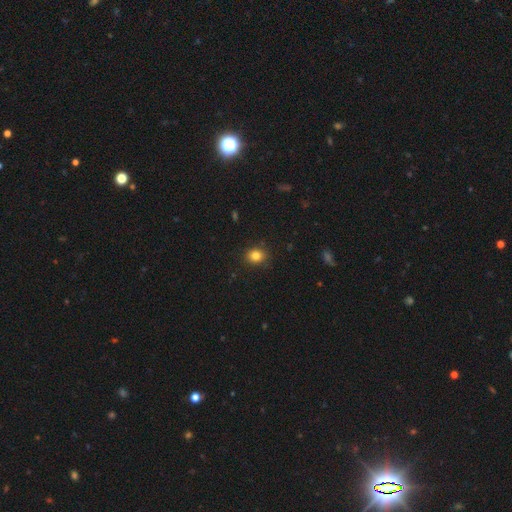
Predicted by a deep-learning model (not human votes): Smooth or featured? Predicted: smooth (p=0.83). How rounded? Predicted: round (p=0.67). Merging? Predicted: none (p=0.88).